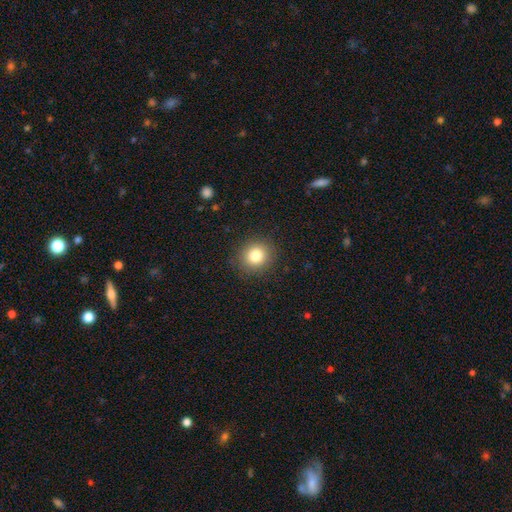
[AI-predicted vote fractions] Overall: smooth (81%). How rounded: round (86%). Merging: none (89%).